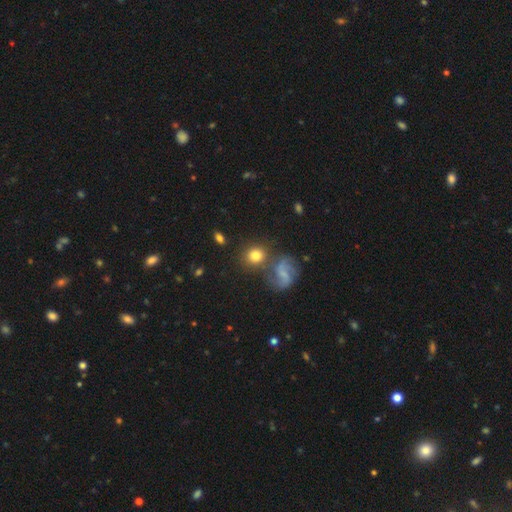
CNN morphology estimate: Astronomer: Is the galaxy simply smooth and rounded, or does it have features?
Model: smooth — 73%.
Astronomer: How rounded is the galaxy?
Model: round — 81%.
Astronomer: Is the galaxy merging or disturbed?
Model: none — 68%.